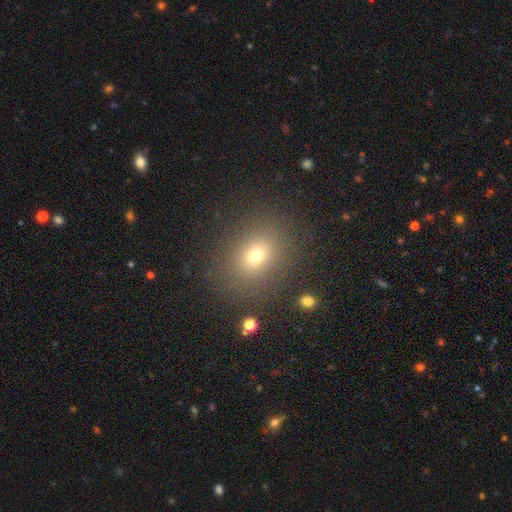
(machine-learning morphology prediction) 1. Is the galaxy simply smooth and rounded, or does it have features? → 71% smooth, 18% star or artifact, 11% featured or disk.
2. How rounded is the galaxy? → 53% in between, 46% round, 1% cigar-shaped.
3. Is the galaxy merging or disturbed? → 85% none, 9% minor disturbance, 4% major disturbance, 2% merger.